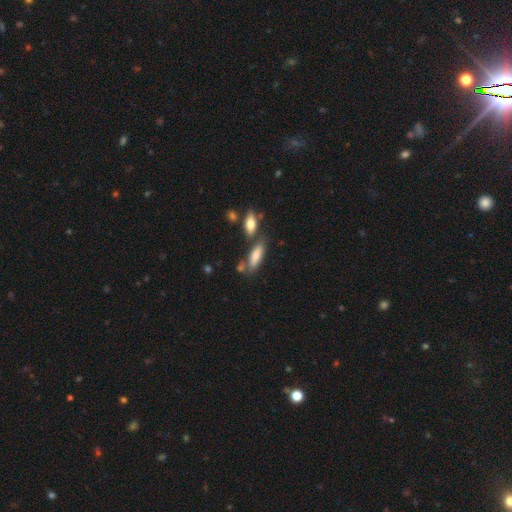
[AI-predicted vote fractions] Overall: smooth (76%). How rounded: in between (58%; cigar-shaped 40%). Merging: none (59%; merger 19%).